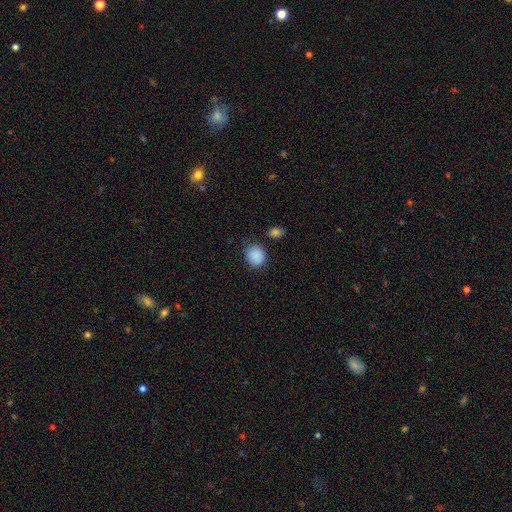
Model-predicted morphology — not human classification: The model was most divided on "how rounded": round: 65%, in between: 34%, cigar-shaped: 1%. More confident: smooth or featured — smooth (89%); merging — none (78%).